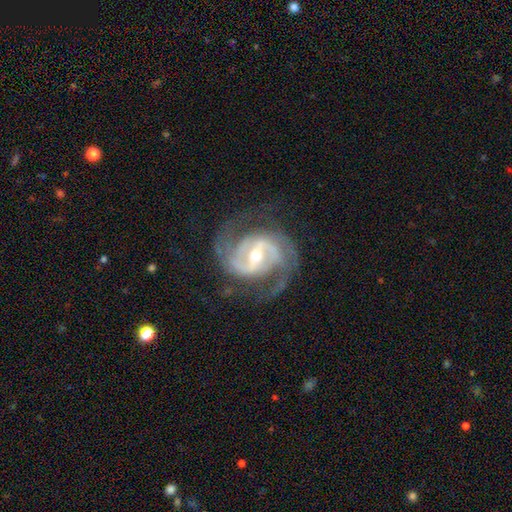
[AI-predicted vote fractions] Smooth or featured? featured or disk (92%)
Edge-on disk? no (97%)
Bar? strong (51%)
Spiral arms? yes (98%)
Spiral winding? medium (55%)
Spiral arm count? 2 (80%)
Bulge size? moderate (54%)
Merging? none (72%)